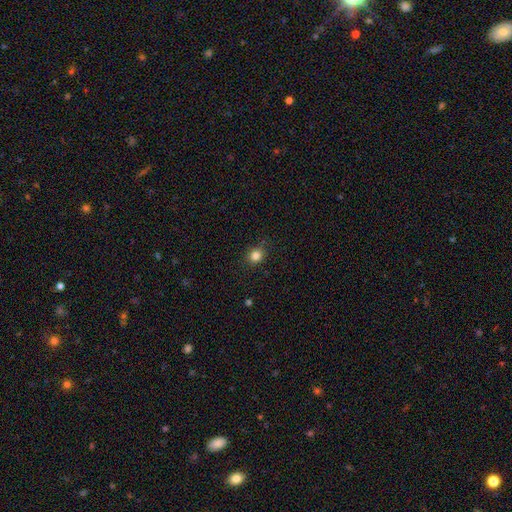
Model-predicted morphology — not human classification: The model was most divided on "how rounded": round: 75%, in between: 24%, cigar-shaped: 1%. More confident: merging — none (83%); smooth or featured — smooth (82%).